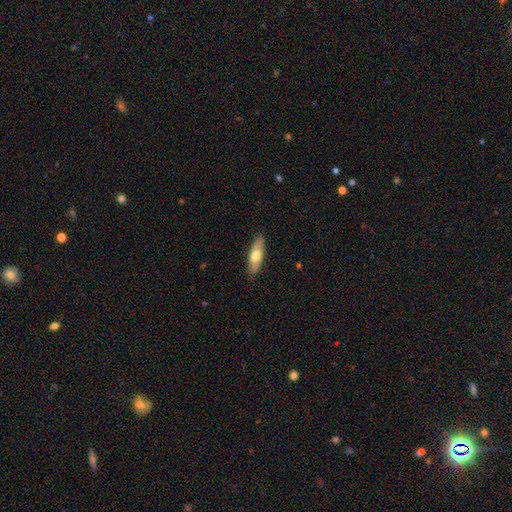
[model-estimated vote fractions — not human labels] Q: Smooth or featured?
A: smooth (64%); runner-up: featured or disk (31%)
Q: How rounded?
A: in between (60%); runner-up: cigar-shaped (37%)
Q: Merging?
A: none (86%); runner-up: minor disturbance (11%)